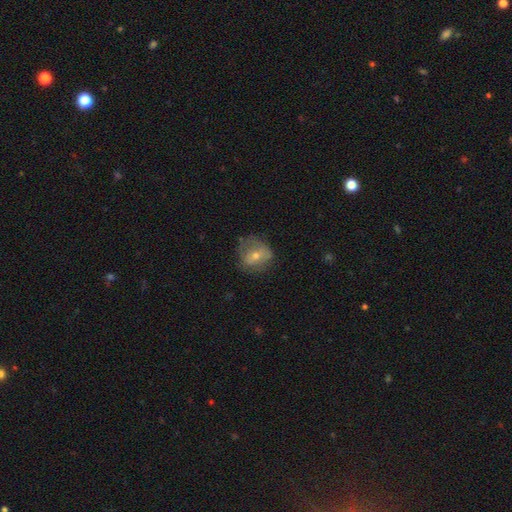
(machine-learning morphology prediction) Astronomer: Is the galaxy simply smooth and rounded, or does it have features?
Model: smooth — 46% (runner-up: featured or disk, 43%).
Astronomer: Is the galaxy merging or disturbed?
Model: none — 66%.